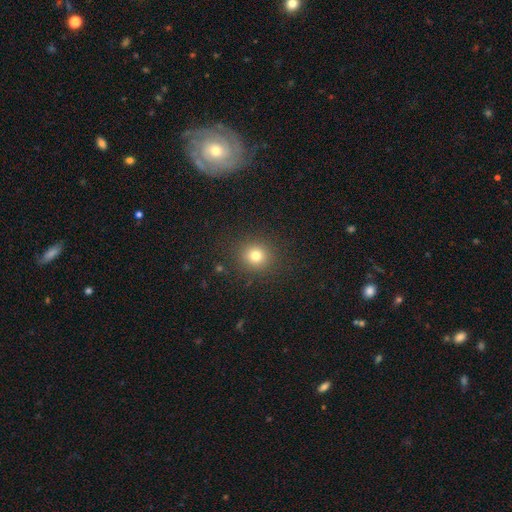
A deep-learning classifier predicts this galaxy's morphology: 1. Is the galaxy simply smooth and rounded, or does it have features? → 77% smooth, 15% star or artifact, 8% featured or disk.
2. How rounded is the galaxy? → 89% round, 10% in between, 1% cigar-shaped.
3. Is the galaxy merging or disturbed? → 89% none, 7% minor disturbance, 3% major disturbance, 1% merger.